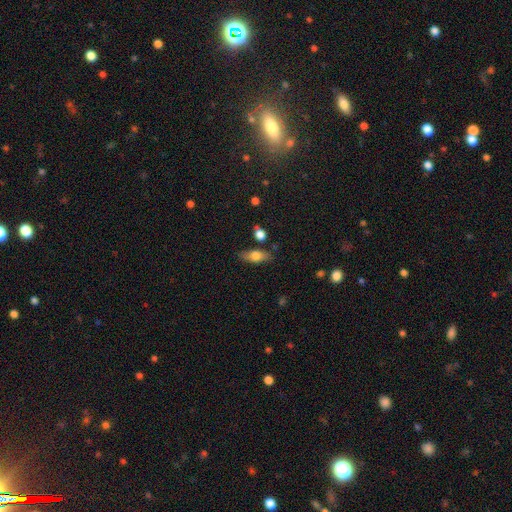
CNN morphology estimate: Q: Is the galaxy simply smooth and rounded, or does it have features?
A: smooth — 66%.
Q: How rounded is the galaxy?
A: in between — 68%.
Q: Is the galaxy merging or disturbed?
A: none — 80%.